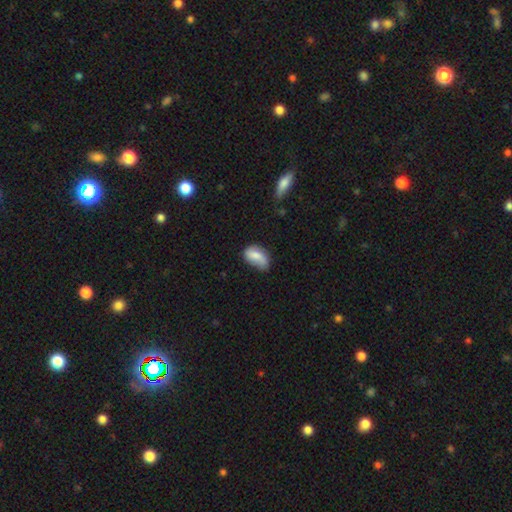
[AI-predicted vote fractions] smooth-or-featured: smooth: 66% | featured or disk: 26% | star or artifact: 8%
  how-rounded: in between: 88% | round: 9% | cigar-shaped: 3%
  merging: none: 48% | minor disturbance: 37% | major disturbance: 12% | merger: 3%